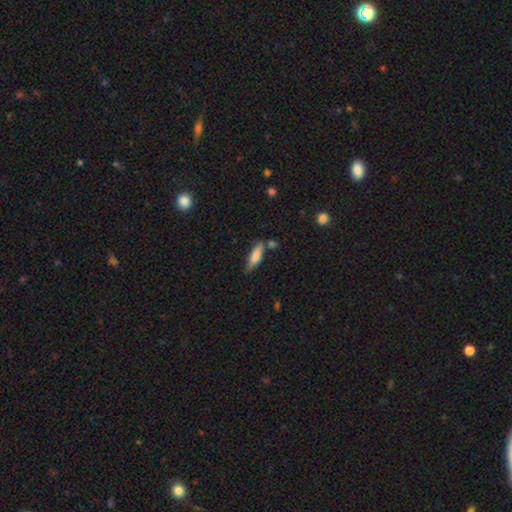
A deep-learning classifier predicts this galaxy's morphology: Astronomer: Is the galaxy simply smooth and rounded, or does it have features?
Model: smooth — 73%.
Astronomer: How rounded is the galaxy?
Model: cigar-shaped — 61% (runner-up: in between, 37%).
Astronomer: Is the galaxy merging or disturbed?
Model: none — 65%.